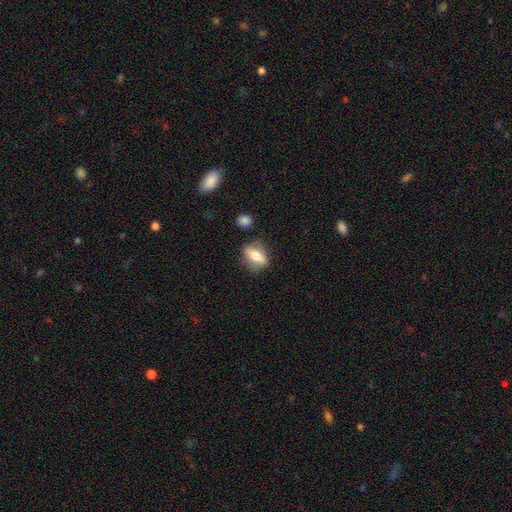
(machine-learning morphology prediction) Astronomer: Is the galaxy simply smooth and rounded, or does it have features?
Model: smooth — 62%.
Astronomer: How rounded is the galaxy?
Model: in between — 71%.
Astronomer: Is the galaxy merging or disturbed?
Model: none — 76%.